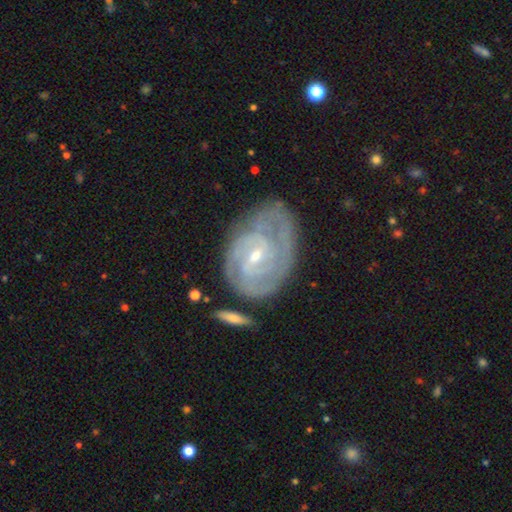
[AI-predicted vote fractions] smooth_or_featured: featured or disk (p=0.87) [alt: smooth p=0.08]
disk_edge_on: no (p=0.97) [alt: yes p=0.03]
bar: weak (p=0.53) [alt: no p=0.30]
has_spiral_arms: yes (p=0.96) [alt: no p=0.04]
spiral_winding: tight (p=0.70) [alt: medium p=0.25]
spiral_arm_count: 2 (p=0.32) [alt: can't tell p=0.29]
bulge_size: small (p=0.66) [alt: moderate p=0.31]
merging: none (p=0.60) [alt: minor disturbance p=0.24]